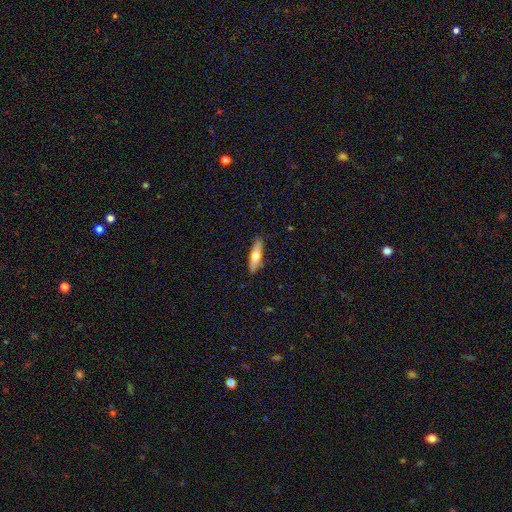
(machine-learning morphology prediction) Overall: smooth (57%; featured or disk 37%). How rounded: cigar-shaped (74%). Merging: none (86%).